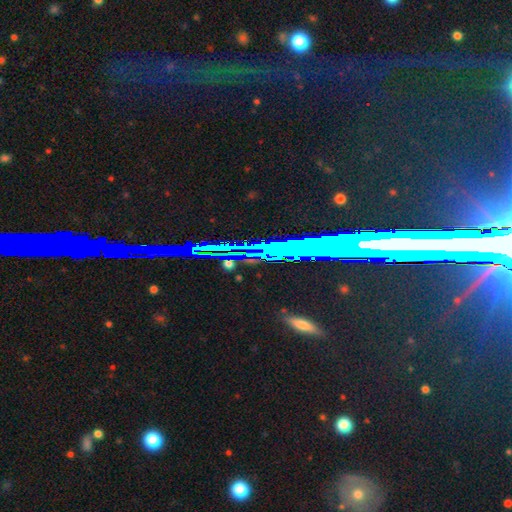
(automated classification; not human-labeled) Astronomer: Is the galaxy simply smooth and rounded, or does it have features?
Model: star or artifact — 67%.